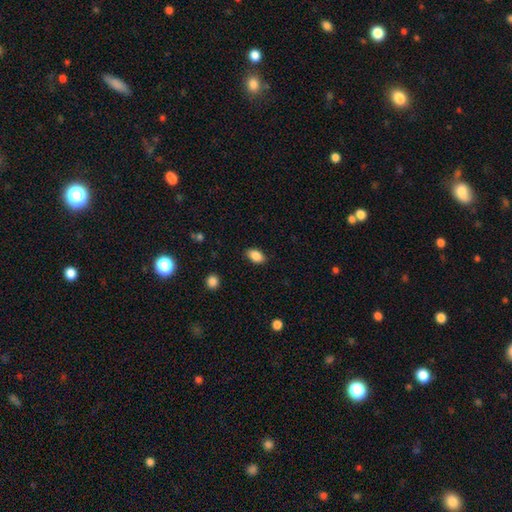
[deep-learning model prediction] Overall: smooth (87%). How rounded: in between (90%). Merging: none (86%).